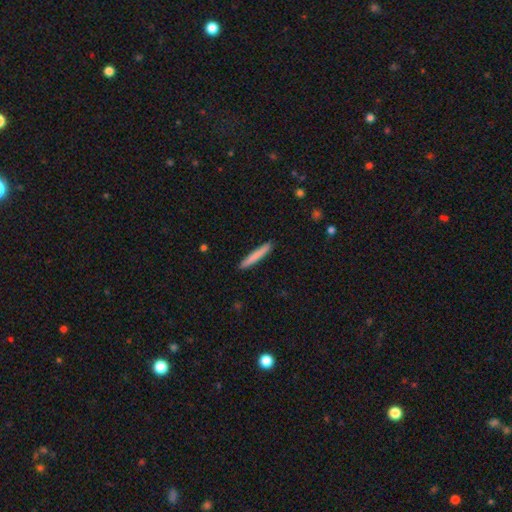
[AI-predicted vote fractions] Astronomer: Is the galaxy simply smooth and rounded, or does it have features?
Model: smooth — 79%.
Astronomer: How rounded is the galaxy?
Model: cigar-shaped — 96%.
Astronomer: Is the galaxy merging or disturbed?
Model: none — 91%.